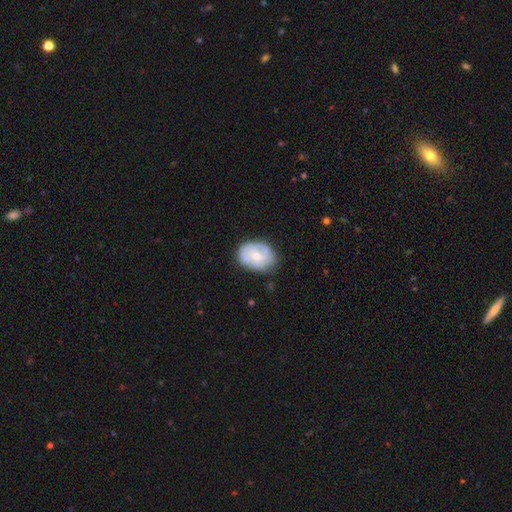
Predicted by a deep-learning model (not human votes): Smooth or featured: smooth — 47% (tied with featured or disk — 47%)
Merging: none — 61% (minor disturbance — 28%)